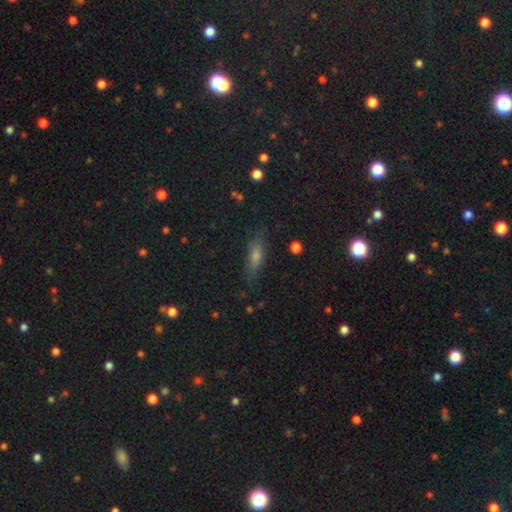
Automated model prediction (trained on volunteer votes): Overall: smooth (57%; featured or disk 25%). How rounded: cigar-shaped (52%; in between 43%). Merging: none (81%).